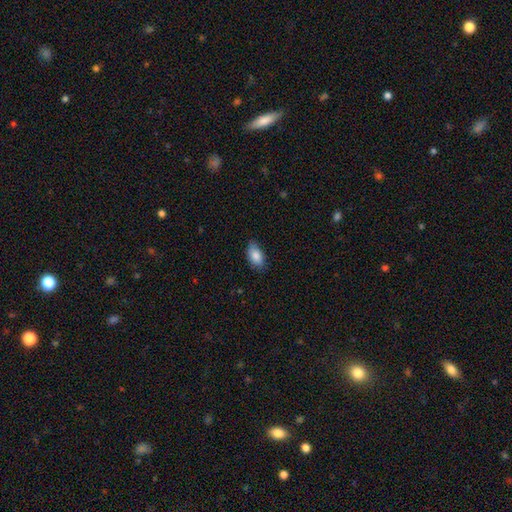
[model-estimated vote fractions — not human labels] Overall: smooth (86%). How rounded: in between (92%). Merging: none (79%).